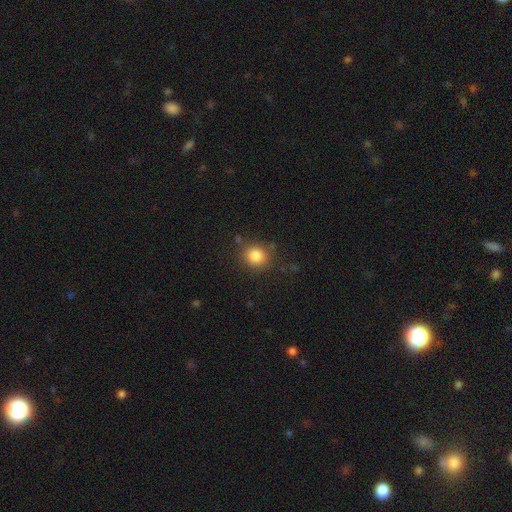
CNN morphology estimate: Smooth or featured? smooth (84%)
How rounded? round (83%)
Merging? none (81%)